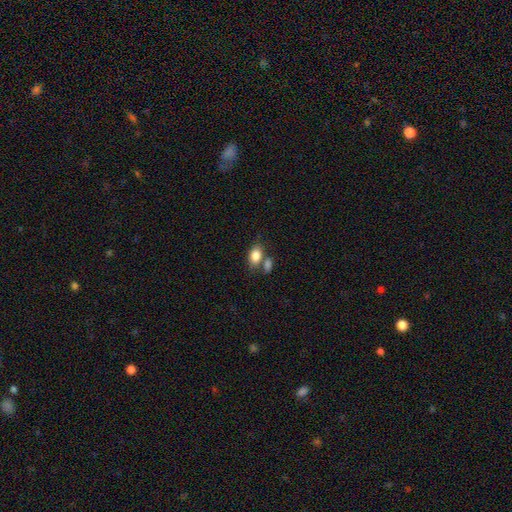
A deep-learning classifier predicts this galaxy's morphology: This appears to be a smooth galaxy with no disk features (83%) that is in between round and cigar-shaped (82%). Merging: none (51%).